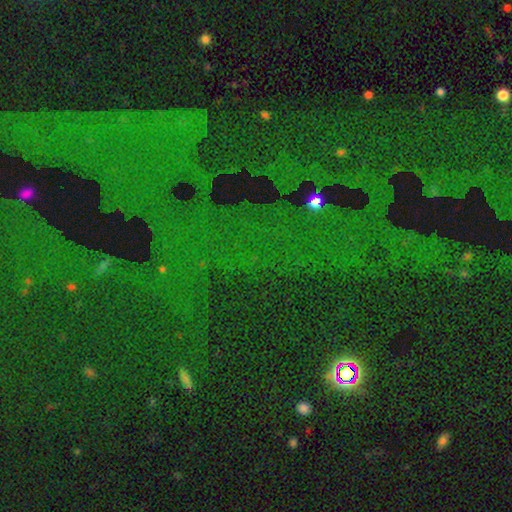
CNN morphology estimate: A star or artifact, not a galaxy (82%).